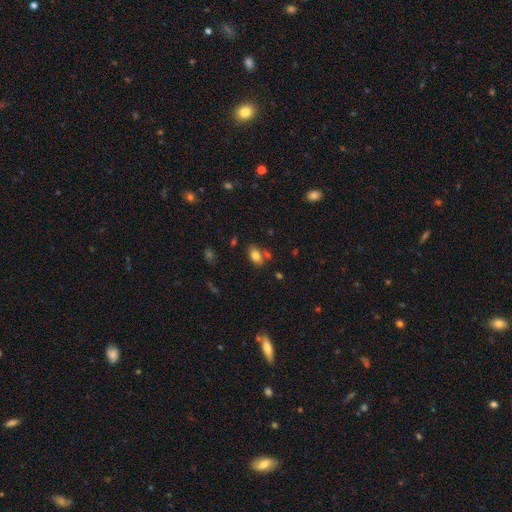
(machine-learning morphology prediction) This is likely a smooth galaxy (79%). How rounded: clearly in between (89%). Merging: likely none (68%).